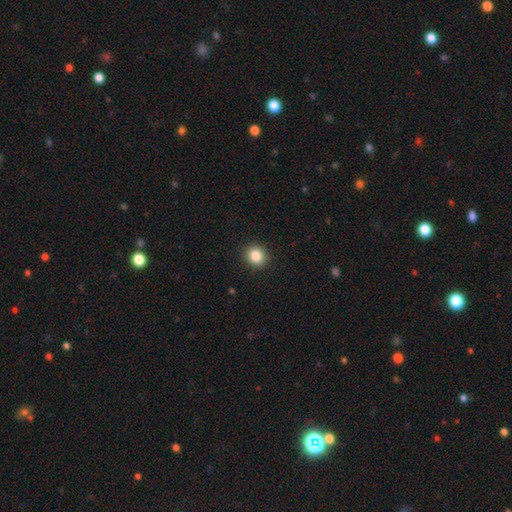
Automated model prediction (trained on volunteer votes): The model was most divided on "how rounded": round: 81%, in between: 18%, cigar-shaped: 1%. More confident: merging — none (91%); smooth or featured — smooth (85%).